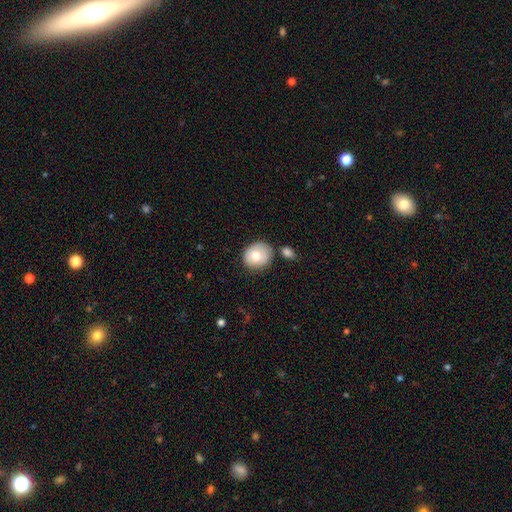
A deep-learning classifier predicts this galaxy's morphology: type=smooth (74%); roundness=round (73%); merging=none (66%).